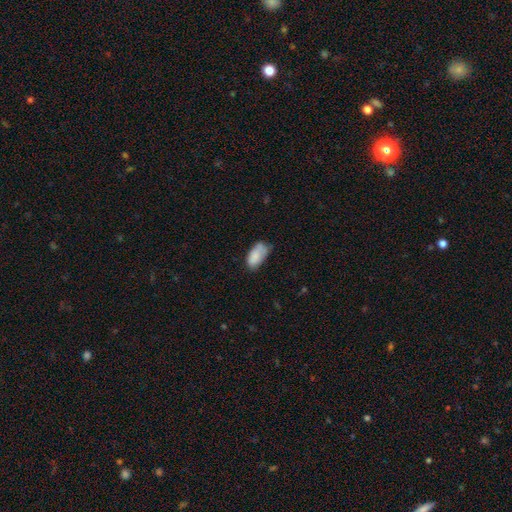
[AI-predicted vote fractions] This appears to be a smooth galaxy with no disk features (80%) that is in between round and cigar-shaped (93%). Merging: none (47%).